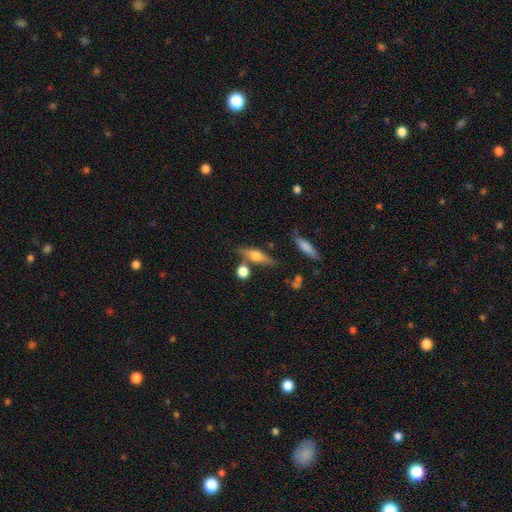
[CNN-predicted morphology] This is possibly a featured or disk galaxy (50%). It is clearly viewed edge-on (91%). Merging: likely none (71%).